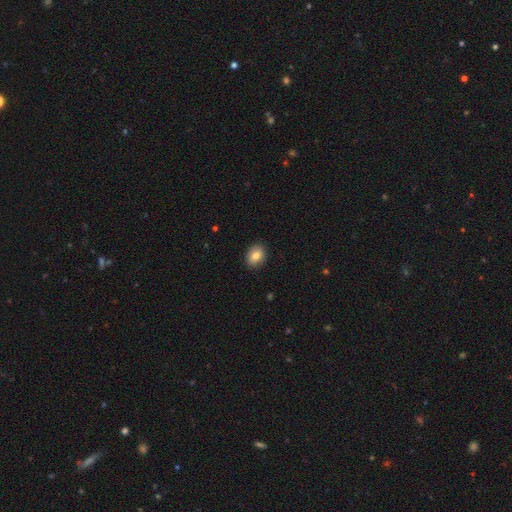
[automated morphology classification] smooth_or_featured: smooth (p=0.82) [alt: featured or disk p=0.09]
how_rounded: in between (p=0.65) [alt: round p=0.34]
merging: none (p=0.90) [alt: minor disturbance p=0.08]